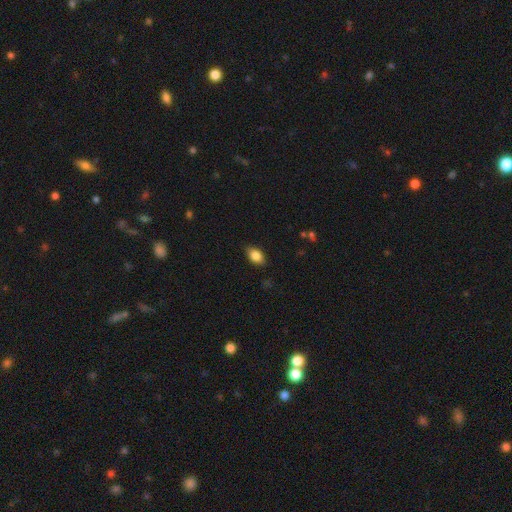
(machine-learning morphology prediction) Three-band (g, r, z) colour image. It shows a smooth galaxy with no disk features (85%) that is in between round and cigar-shaped (87%). Merging: none (84%).